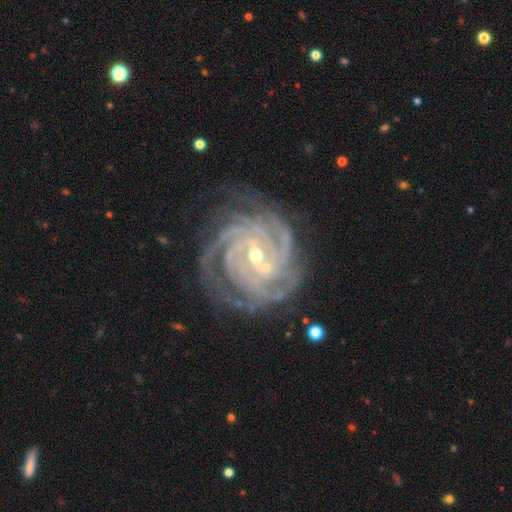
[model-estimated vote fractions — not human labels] Smooth or featured?
  - featured or disk: 91% *
  - star or artifact: 5%
  - smooth: 3%
Edge-on disk?
  - no: 97% *
  - yes: 3%
Bar?
  - weak: 45% *
  - no: 31%
  - strong: 25%
Spiral arms?
  - yes: 98% *
  - no: 2%
Spiral winding?
  - tight: 79% *
  - medium: 19%
  - loose: 2%
Spiral arm count?
  - 4: 40% *
  - more than 4: 20%
  - 3: 16%
  - can't tell: 12%
  - 2: 7%
  - 1: 5%
Bulge size?
  - small: 51% *
  - moderate: 46%
  - large: 2%
  - none: 1%
  - dominant: 1%
Merging?
  - none: 72% *
  - minor disturbance: 17%
  - major disturbance: 7%
  - merger: 4%